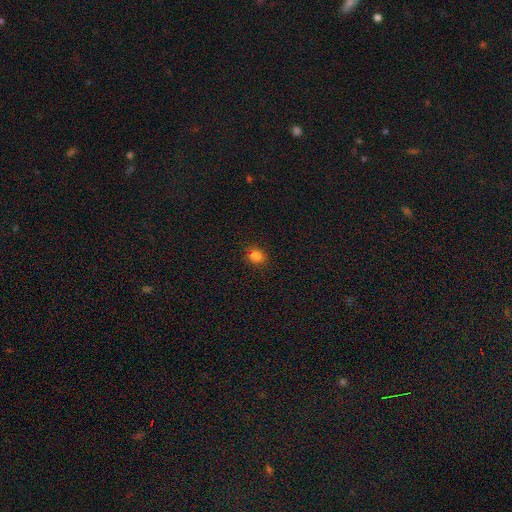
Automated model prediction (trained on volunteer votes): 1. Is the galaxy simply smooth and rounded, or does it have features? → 82% smooth, 13% star or artifact, 5% featured or disk.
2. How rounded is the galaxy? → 67% round, 32% in between, 1% cigar-shaped.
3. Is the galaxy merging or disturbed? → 87% none, 9% minor disturbance, 2% major disturbance, 1% merger.